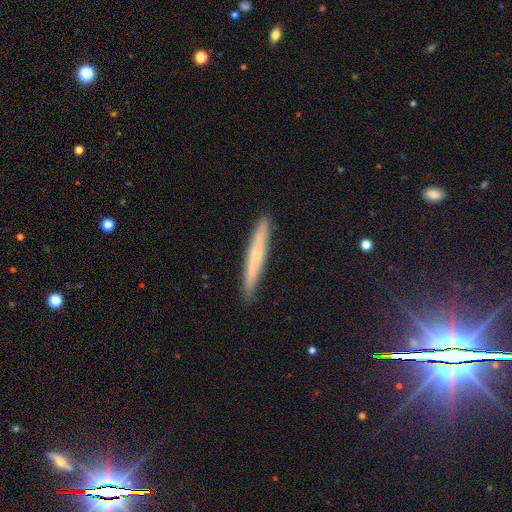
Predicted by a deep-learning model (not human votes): Smooth or featured: smooth — 53% (featured or disk — 40%)
How rounded: cigar-shaped — 96% (in between — 3%)
Merging: none — 92% (minor disturbance — 6%)